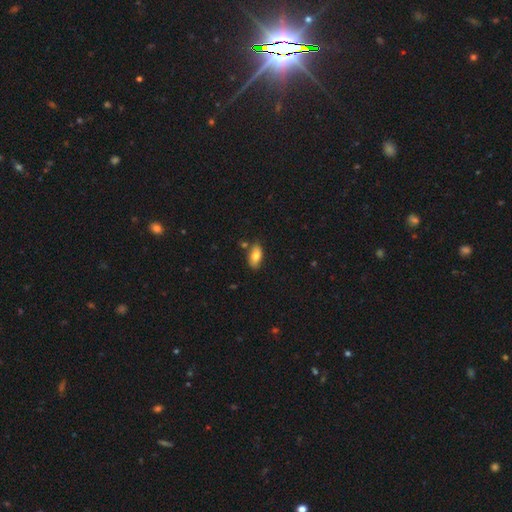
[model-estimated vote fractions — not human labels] smooth_or_featured: smooth (p=0.80) [alt: featured or disk p=0.13]
how_rounded: in between (p=0.91) [alt: cigar-shaped p=0.05]
merging: none (p=0.77) [alt: minor disturbance p=0.14]